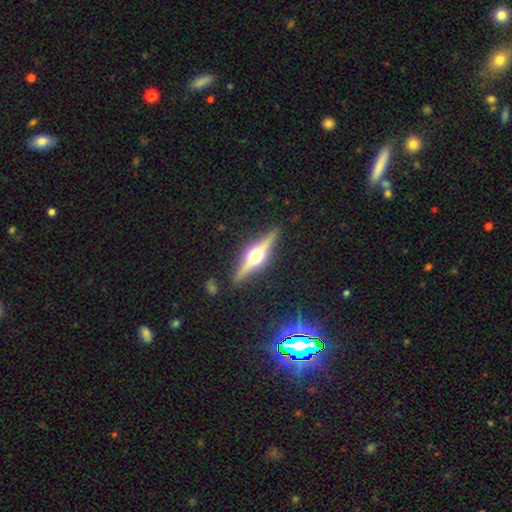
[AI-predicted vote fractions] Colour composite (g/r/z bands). It shows a featured or disk galaxy (80%) viewed edge-on (97%) with a rounded central bulge (94%). Merging: none (89%).